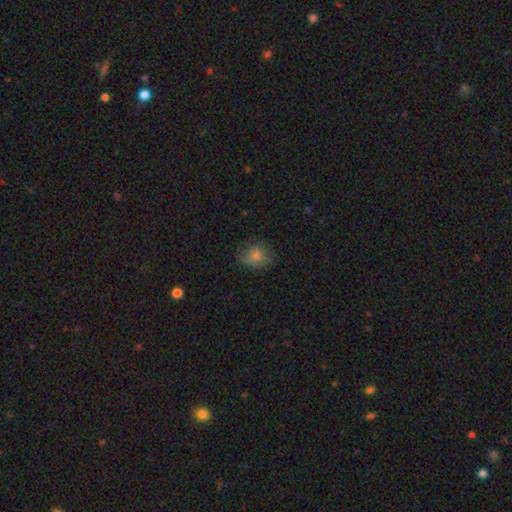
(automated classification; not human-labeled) Smooth or featured?
  - smooth: 70% *
  - featured or disk: 18%
  - star or artifact: 12%
How rounded?
  - round: 54% *
  - in between: 45%
  - cigar-shaped: 1%
Merging?
  - none: 67% *
  - minor disturbance: 24%
  - major disturbance: 8%
  - merger: 1%